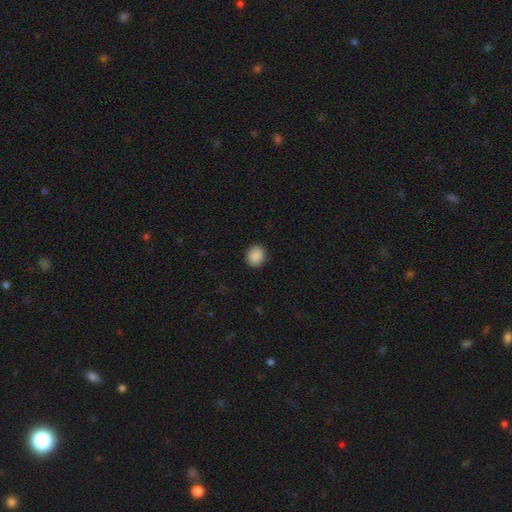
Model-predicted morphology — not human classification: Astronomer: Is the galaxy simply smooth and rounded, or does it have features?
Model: smooth — 89%.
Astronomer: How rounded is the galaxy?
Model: round — 74%.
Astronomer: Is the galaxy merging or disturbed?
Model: none — 90%.